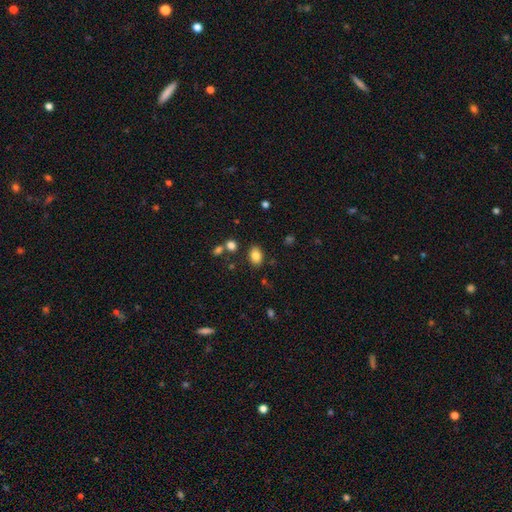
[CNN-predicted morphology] Q: Smooth or featured?
A: smooth (83%); runner-up: star or artifact (10%)
Q: How rounded?
A: in between (81%); runner-up: round (17%)
Q: Merging?
A: none (83%); runner-up: minor disturbance (10%)